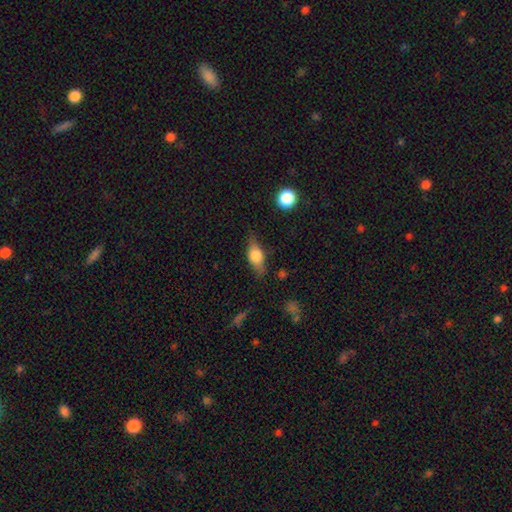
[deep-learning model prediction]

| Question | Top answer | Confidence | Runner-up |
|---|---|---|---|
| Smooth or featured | smooth | 61% | featured or disk (31%) |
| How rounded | in between | 75% | cigar-shaped (16%) |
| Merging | none | 69% | minor disturbance (22%) |